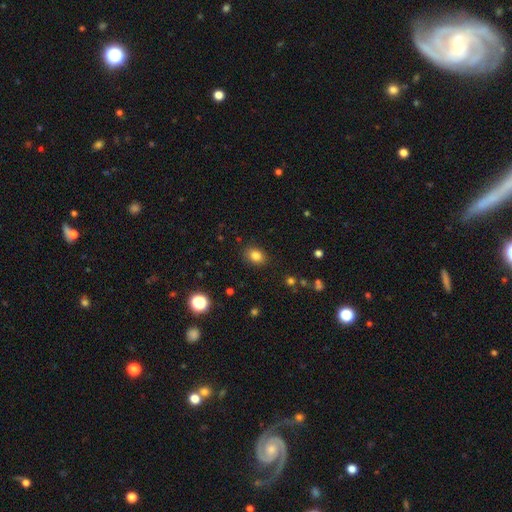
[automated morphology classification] Q: Smooth or featured?
A: smooth (83%); runner-up: star or artifact (11%)
Q: How rounded?
A: in between (64%); runner-up: round (35%)
Q: Merging?
A: none (86%); runner-up: minor disturbance (10%)